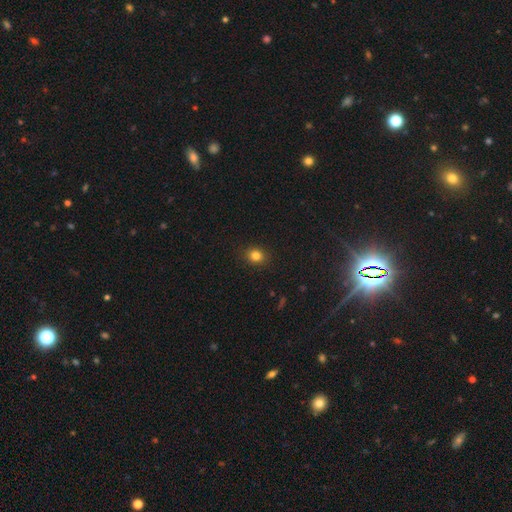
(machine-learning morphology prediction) smooth-or-featured: smooth: 83% | star or artifact: 12% | featured or disk: 5%
  how-rounded: round: 69% | in between: 30% | cigar-shaped: 1%
  merging: none: 90% | minor disturbance: 7% | major disturbance: 2% | merger: 1%